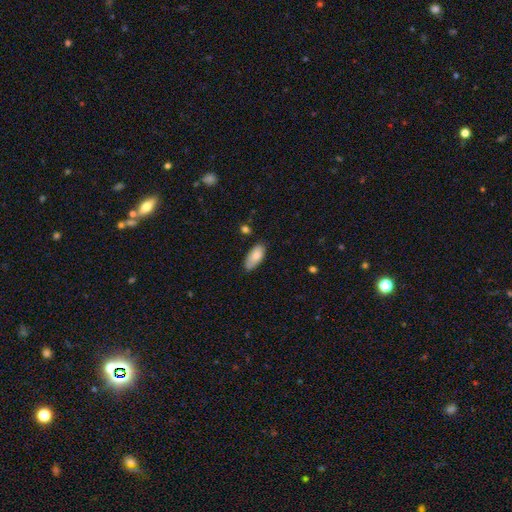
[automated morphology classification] A smooth galaxy with no disk features (82%) that is in between round and cigar-shaped (89%).

Vote fractions:
- Smooth or featured? smooth: 82% / featured or disk: 12% / star or artifact: 7%
- How rounded? in between: 89% / cigar-shaped: 9% / round: 2%
- Merging? none: 70% / minor disturbance: 24% / major disturbance: 4% / merger: 2%